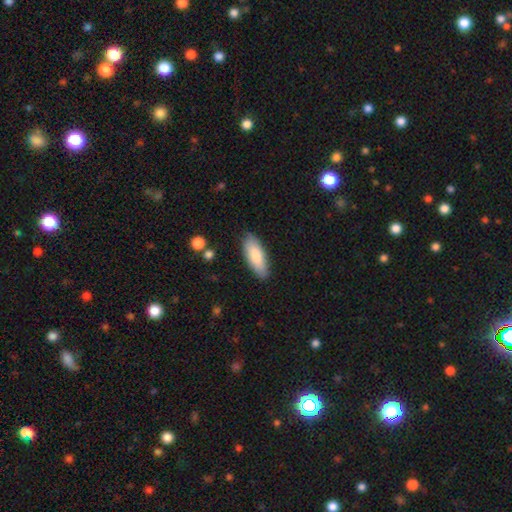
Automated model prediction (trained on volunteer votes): The model was most divided on "how rounded": in between: 72%, cigar-shaped: 26%, round: 2%. More confident: merging — none (85%); smooth or featured — smooth (81%).